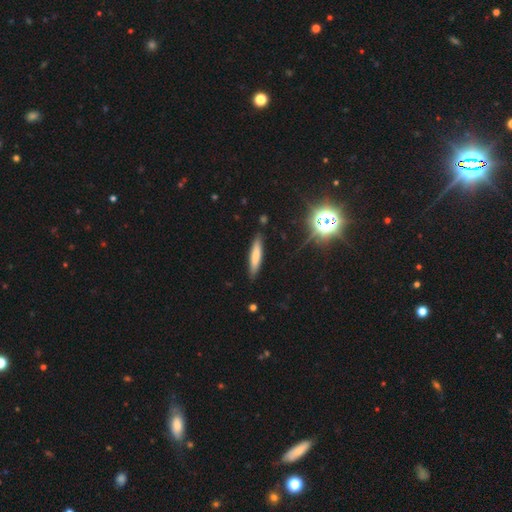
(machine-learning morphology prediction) Smooth or featured? smooth (72%)
How rounded? cigar-shaped (84%)
Merging? none (87%)